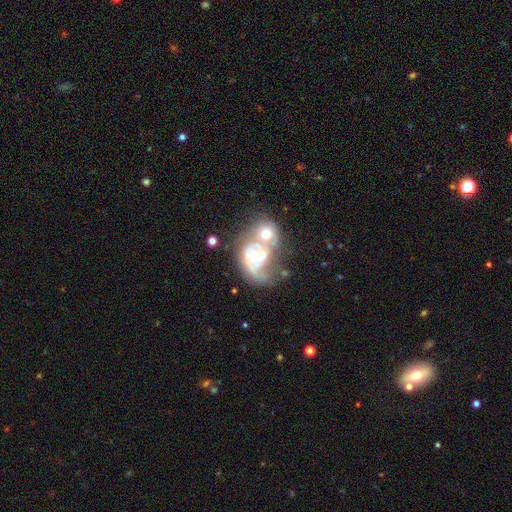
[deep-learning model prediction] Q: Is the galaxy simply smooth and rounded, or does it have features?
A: featured or disk — 71%.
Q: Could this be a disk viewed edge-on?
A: no — 97%.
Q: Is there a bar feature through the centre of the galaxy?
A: no — 71%.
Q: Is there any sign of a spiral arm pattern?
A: yes — 76%.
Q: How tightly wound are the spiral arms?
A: medium — 40%.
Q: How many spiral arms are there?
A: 2 — 43%.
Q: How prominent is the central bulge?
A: moderate — 55%.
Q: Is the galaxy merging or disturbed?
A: merger — 67%.